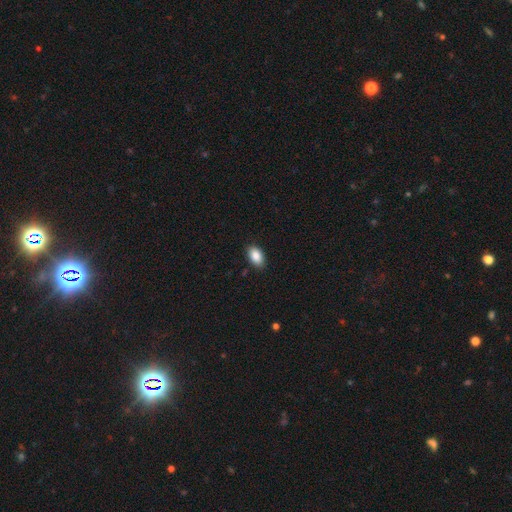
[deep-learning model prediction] Smooth or featured? Predicted: smooth (p=0.88). How rounded? Predicted: in between (p=0.93). Merging? Predicted: none (p=0.88).